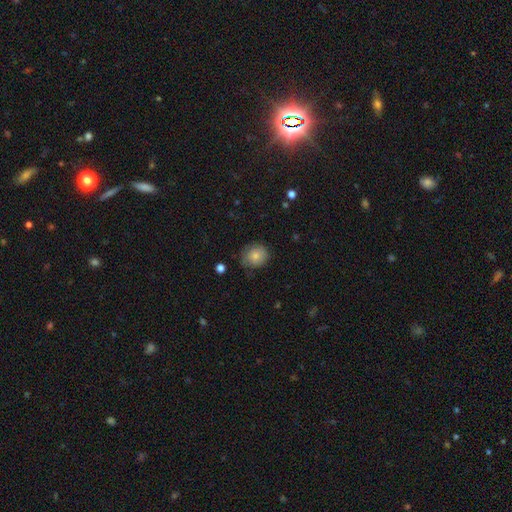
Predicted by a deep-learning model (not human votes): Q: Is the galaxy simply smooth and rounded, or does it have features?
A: smooth — 79%.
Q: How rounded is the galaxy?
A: round — 79%.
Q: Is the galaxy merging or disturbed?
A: none — 65%.